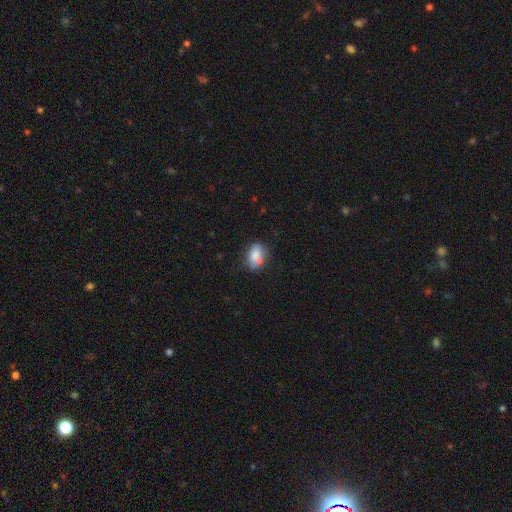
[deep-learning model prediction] Morphology: type=smooth (78%); roundness=in between (80%); merging=none (56%).